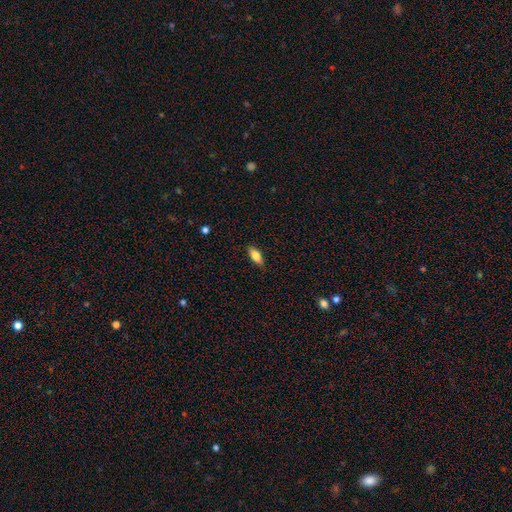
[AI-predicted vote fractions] Q: Smooth or featured?
A: smooth (76%); runner-up: featured or disk (17%)
Q: How rounded?
A: in between (78%); runner-up: cigar-shaped (19%)
Q: Merging?
A: none (87%); runner-up: minor disturbance (10%)